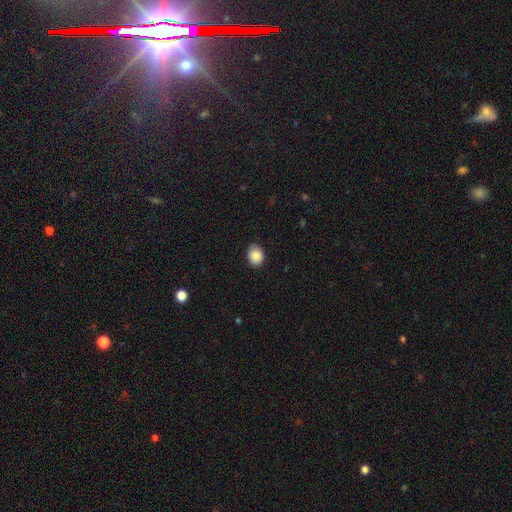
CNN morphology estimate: type=smooth (87%); roundness=round (55%); merging=none (81%).